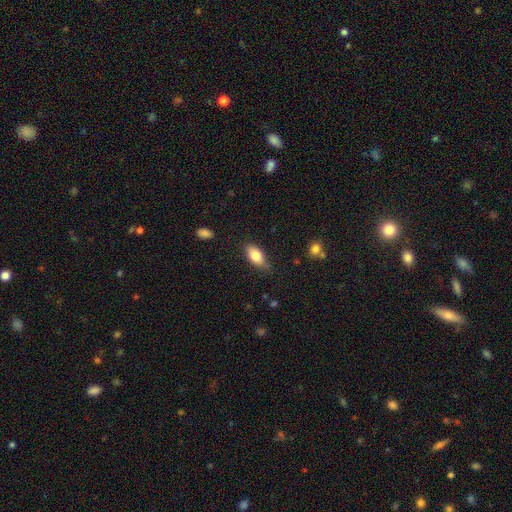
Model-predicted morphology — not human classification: Q: Smooth or featured?
A: smooth (82%); runner-up: featured or disk (11%)
Q: How rounded?
A: in between (88%); runner-up: cigar-shaped (8%)
Q: Merging?
A: none (73%); runner-up: minor disturbance (21%)